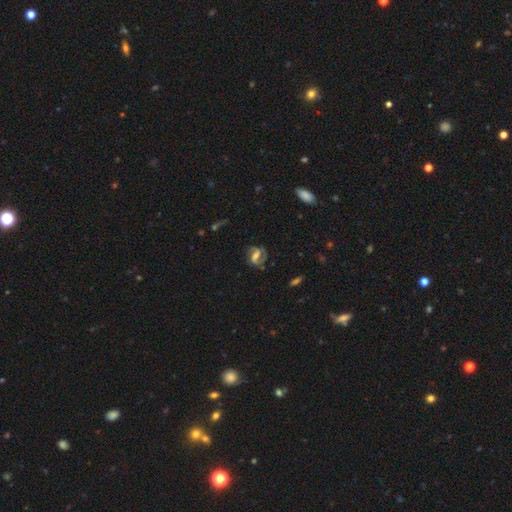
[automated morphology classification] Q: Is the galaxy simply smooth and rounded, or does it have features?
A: featured or disk — 70%.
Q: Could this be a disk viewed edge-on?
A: no — 95%.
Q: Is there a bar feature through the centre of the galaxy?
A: strong — 44%.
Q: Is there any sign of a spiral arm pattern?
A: yes — 85%.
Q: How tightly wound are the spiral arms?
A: medium — 47%.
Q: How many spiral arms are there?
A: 2 — 79%.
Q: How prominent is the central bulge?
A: moderate — 39%.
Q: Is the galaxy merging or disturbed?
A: none — 65%.